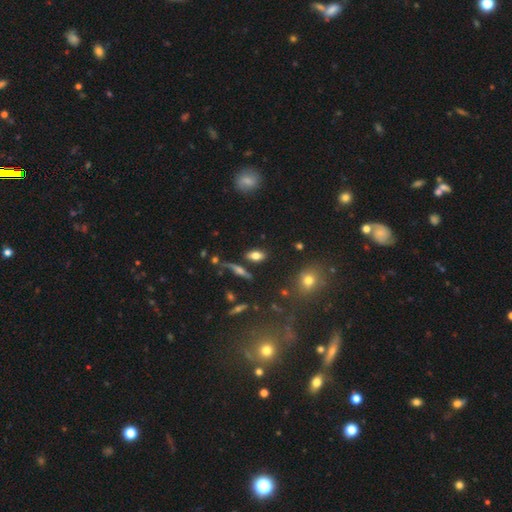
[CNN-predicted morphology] Smooth or featured? Predicted: smooth (p=0.69). How rounded? Predicted: in between (p=0.83). Merging? Predicted: none (p=0.75).